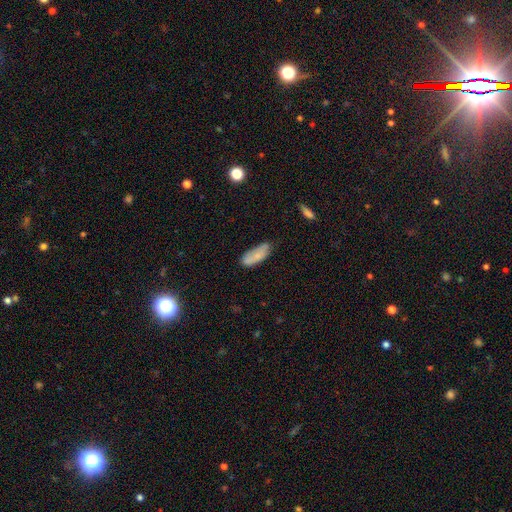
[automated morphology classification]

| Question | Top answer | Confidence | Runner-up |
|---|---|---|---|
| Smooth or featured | smooth | 77% | featured or disk (15%) |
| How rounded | in between | 76% | cigar-shaped (22%) |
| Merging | none | 56% | minor disturbance (31%) |